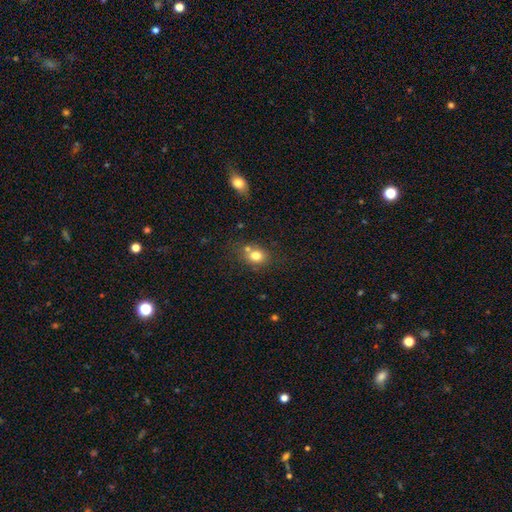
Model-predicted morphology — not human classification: Overall: smooth (77%). How rounded: round (58%; in between 40%). Merging: none (57%; merger 23%).